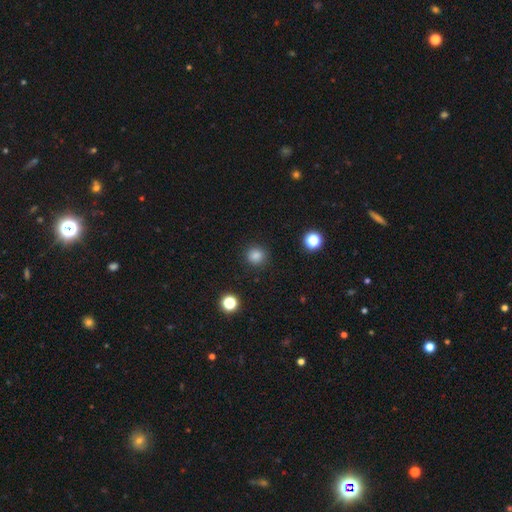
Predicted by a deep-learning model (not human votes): smooth_or_featured: smooth (p=0.84) [alt: star or artifact p=0.12]
how_rounded: round (p=0.92) [alt: in between p=0.07]
merging: none (p=0.90) [alt: minor disturbance p=0.06]